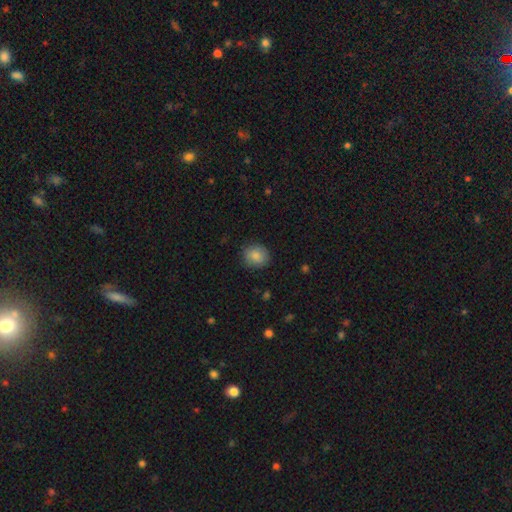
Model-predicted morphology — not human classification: Smooth or featured? smooth (86%)
How rounded? round (73%)
Merging? none (85%)